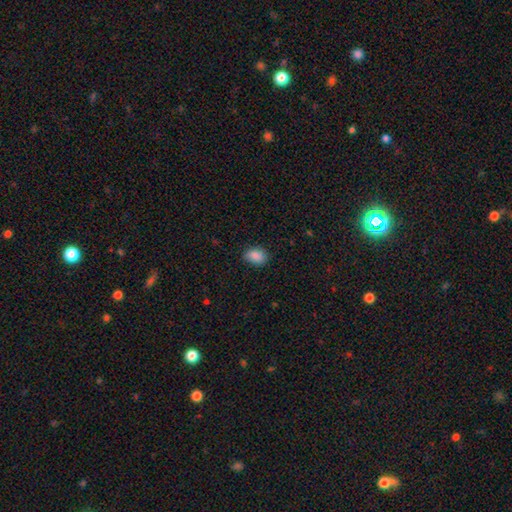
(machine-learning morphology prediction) Smooth or featured?
  - smooth: 88% *
  - star or artifact: 8%
  - featured or disk: 4%
How rounded?
  - in between: 71% *
  - round: 28%
  - cigar-shaped: 1%
Merging?
  - none: 79% *
  - minor disturbance: 17%
  - major disturbance: 3%
  - merger: 1%